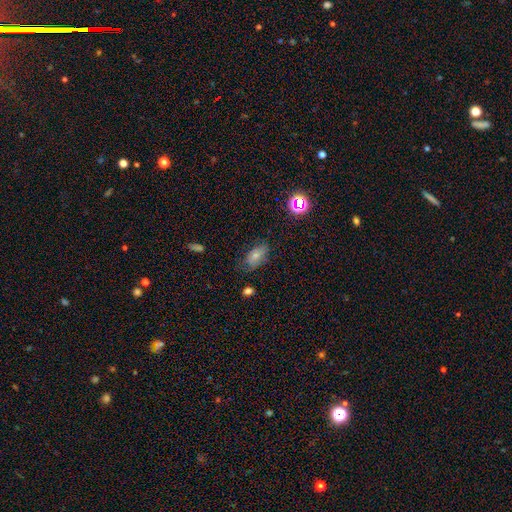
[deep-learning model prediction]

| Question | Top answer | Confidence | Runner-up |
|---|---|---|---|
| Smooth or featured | smooth | 74% | featured or disk (15%) |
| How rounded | in between | 90% | round (7%) |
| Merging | none | 67% | minor disturbance (24%) |